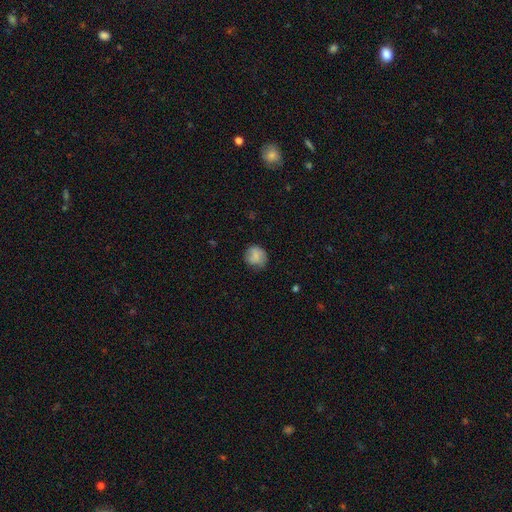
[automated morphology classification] Smooth or featured: smooth — 77% (featured or disk — 15%)
How rounded: round — 80% (in between — 19%)
Merging: none — 70% (minor disturbance — 22%)